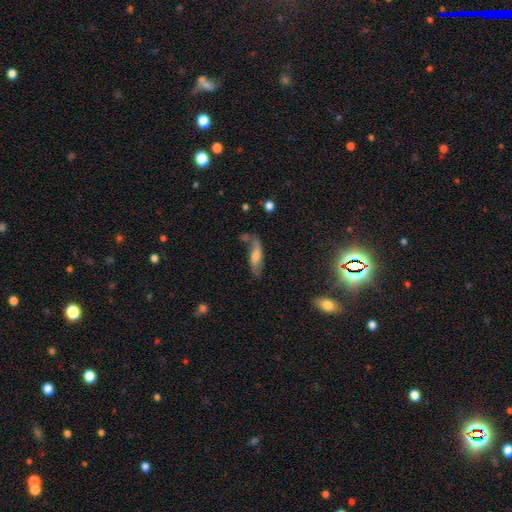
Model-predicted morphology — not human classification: This appears to be a smooth galaxy with no disk features (50%) that is in between round and cigar-shaped (52%). Merging: none (49%).